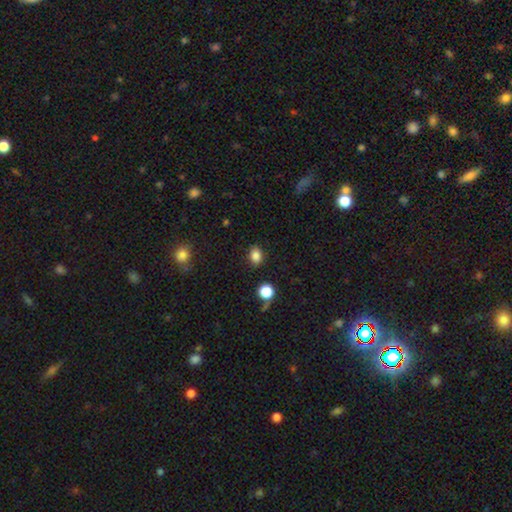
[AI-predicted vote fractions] smooth 84%, star or artifact 12%, featured or disk 4%. Down the decision tree: how rounded — in between (61%); merging — none (84%).